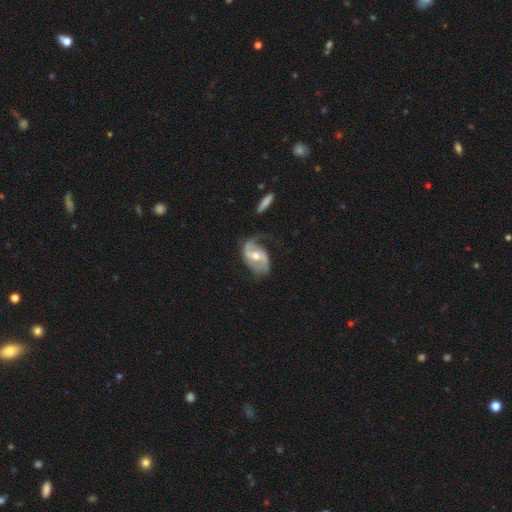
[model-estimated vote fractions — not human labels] Smooth or featured?
  - featured or disk: 83% *
  - smooth: 12%
  - star or artifact: 5%
Edge-on disk?
  - no: 96% *
  - yes: 4%
Bar?
  - weak: 48% *
  - no: 32%
  - strong: 20%
Spiral arms?
  - yes: 93% *
  - no: 7%
Spiral winding?
  - loose: 45% *
  - medium: 41%
  - tight: 13%
Spiral arm count?
  - 2: 87% *
  - can't tell: 5%
  - 1: 4%
  - 3: 2%
  - 4: 1%
  - more than 4: 1%
Bulge size?
  - moderate: 71% *
  - small: 19%
  - large: 8%
  - none: 2%
  - dominant: 1%
Merging?
  - none: 58% *
  - minor disturbance: 24%
  - major disturbance: 15%
  - merger: 3%